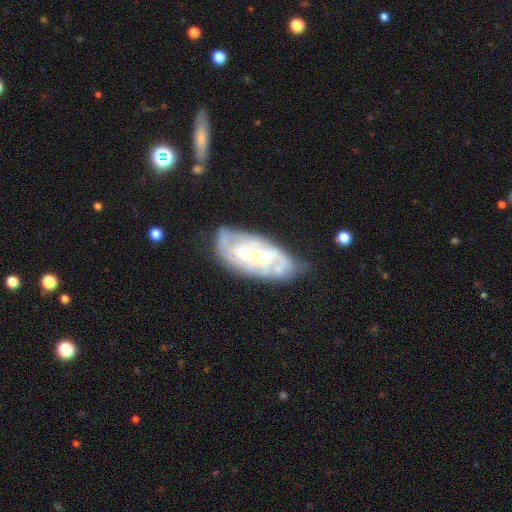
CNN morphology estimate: A featured or disk galaxy (70%) with a weak bar (42%), spiral arms (77%) and a small central bulge (40%). Merging: none (59%).